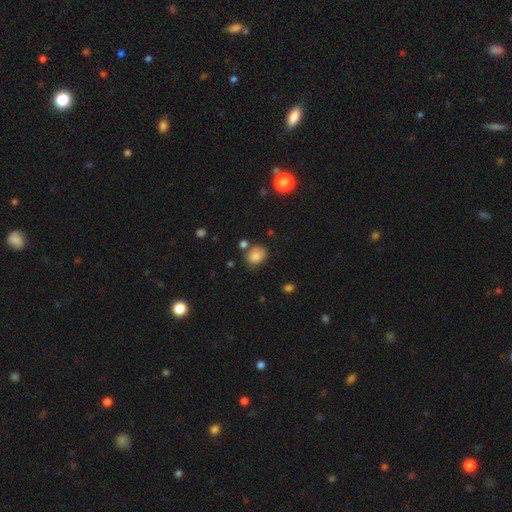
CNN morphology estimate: This is clearly a smooth galaxy (82%). How rounded: possibly in between (52%). Merging: likely none (66%).